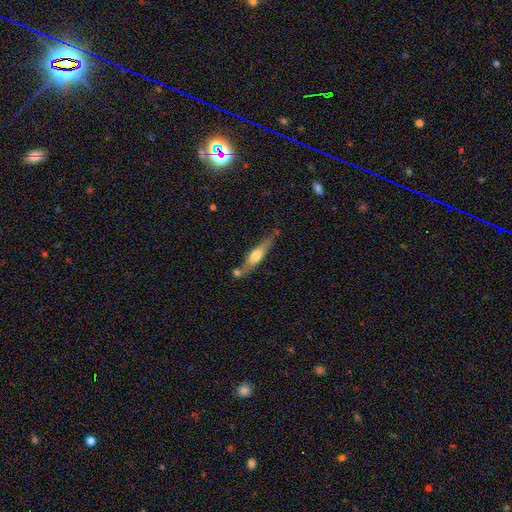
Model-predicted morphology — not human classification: Smooth or featured?
  - featured or disk: 49% *
  - smooth: 46%
  - star or artifact: 6%
Merging?
  - none: 61% *
  - minor disturbance: 18%
  - merger: 16%
  - major disturbance: 5%